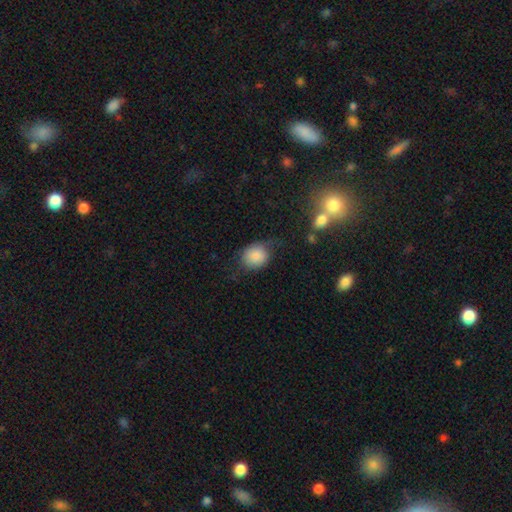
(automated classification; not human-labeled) Smooth or featured? Predicted: smooth (p=0.84). How rounded? Predicted: round (p=0.69). Merging? Predicted: none (p=0.59).